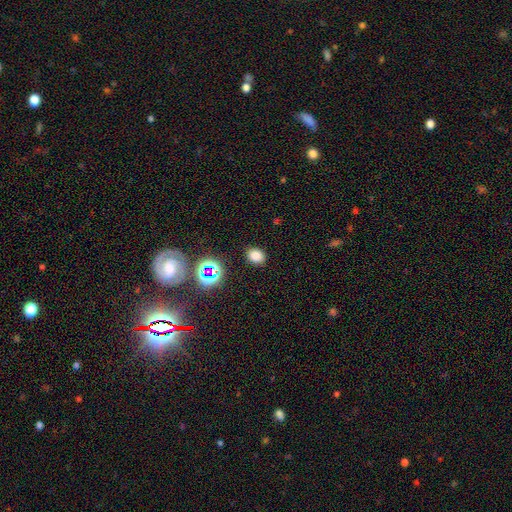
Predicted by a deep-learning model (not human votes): Smooth or featured?
  - smooth: 77% *
  - star or artifact: 18%
  - featured or disk: 6%
How rounded?
  - in between: 58% *
  - round: 40%
  - cigar-shaped: 1%
Merging?
  - none: 87% *
  - minor disturbance: 9%
  - major disturbance: 3%
  - merger: 2%